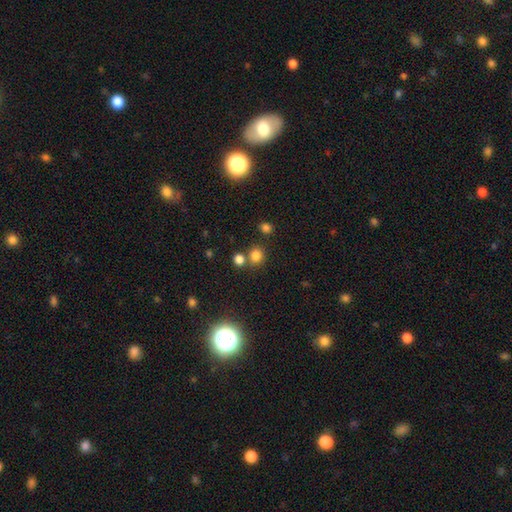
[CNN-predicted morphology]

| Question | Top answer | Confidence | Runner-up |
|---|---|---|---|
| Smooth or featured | smooth | 78% | star or artifact (16%) |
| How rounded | round | 84% | in between (15%) |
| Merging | none | 70% | merger (19%) |